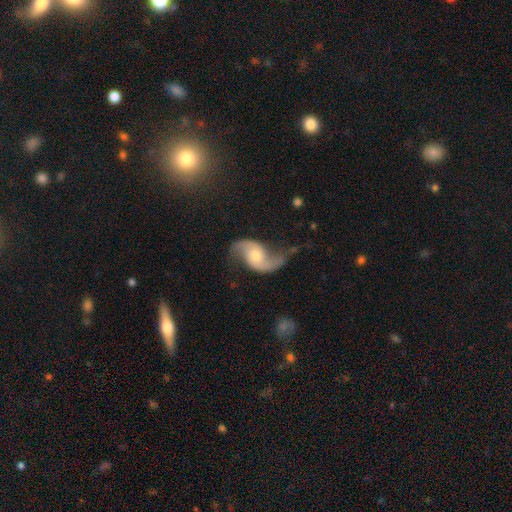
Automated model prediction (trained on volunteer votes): Smooth or featured?
  - featured or disk: 86% *
  - smooth: 9%
  - star or artifact: 5%
Edge-on disk?
  - no: 97% *
  - yes: 3%
Bar?
  - no: 61% *
  - weak: 31%
  - strong: 8%
Spiral arms?
  - yes: 96% *
  - no: 4%
Spiral winding?
  - loose: 77% *
  - medium: 18%
  - tight: 5%
Spiral arm count?
  - 2: 92% *
  - 1: 3%
  - can't tell: 2%
  - 3: 1%
  - 4: 1%
  - more than 4: 1%
Bulge size?
  - moderate: 57% *
  - small: 35%
  - large: 5%
  - none: 2%
  - dominant: 1%
Merging?
  - none: 61% *
  - minor disturbance: 21%
  - major disturbance: 15%
  - merger: 3%